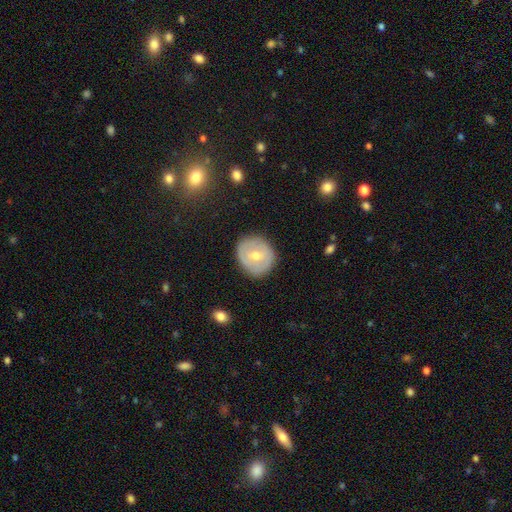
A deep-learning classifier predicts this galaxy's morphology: Smooth or featured? featured or disk (49%)
Merging? none (81%)